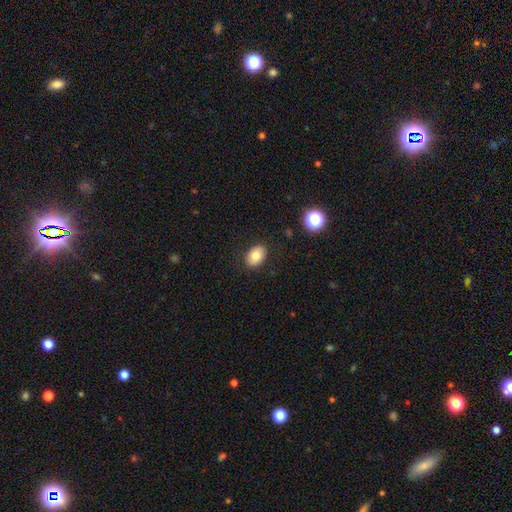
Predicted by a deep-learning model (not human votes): Overall: smooth (80%). How rounded: in between (78%). Merging: none (87%).